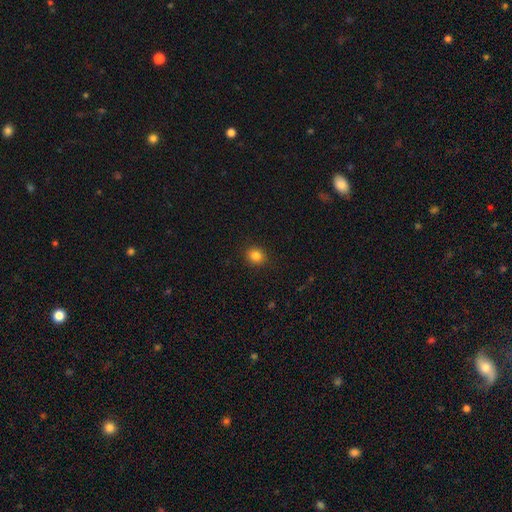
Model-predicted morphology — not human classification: smooth-or-featured: smooth: 84% | star or artifact: 12% | featured or disk: 5%
  how-rounded: round: 80% | in between: 19% | cigar-shaped: 1%
  merging: none: 90% | minor disturbance: 7% | major disturbance: 2% | merger: 1%